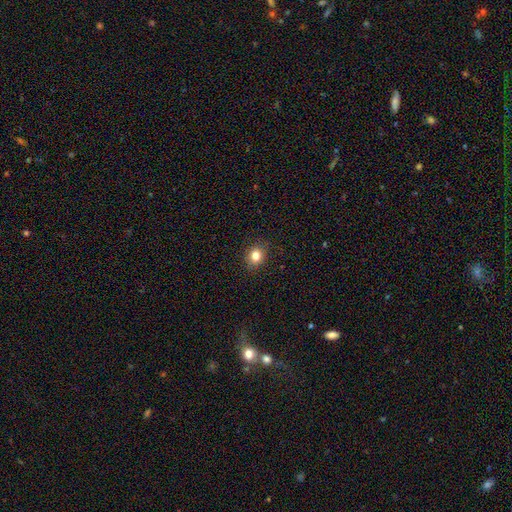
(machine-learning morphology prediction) This is clearly a smooth galaxy (82%). How rounded: likely round (65%). Merging: clearly none (88%).